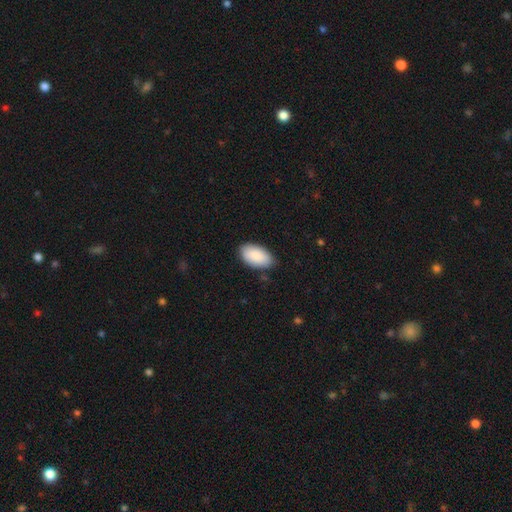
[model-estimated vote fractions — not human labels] This appears to be a smooth galaxy with no disk features (89%) that is in between round and cigar-shaped (96%). Merging: none (80%).